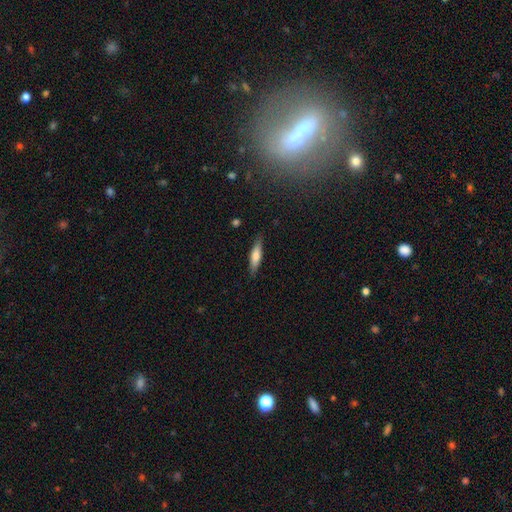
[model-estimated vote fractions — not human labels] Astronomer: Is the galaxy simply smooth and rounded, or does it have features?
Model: smooth — 62%.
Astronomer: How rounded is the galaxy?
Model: cigar-shaped — 74%.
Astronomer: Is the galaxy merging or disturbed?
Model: none — 85%.